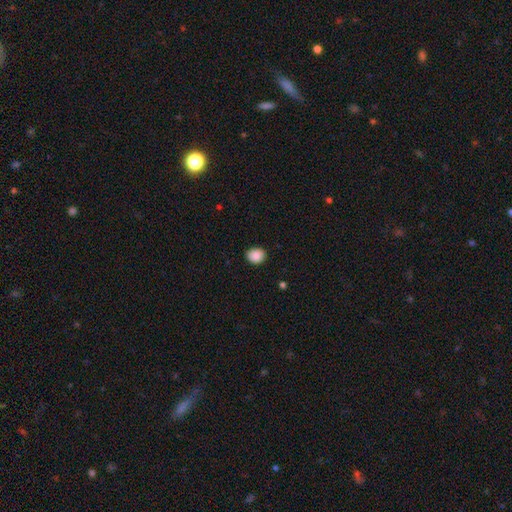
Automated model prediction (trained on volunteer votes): The model was most divided on "how rounded": round: 65%, in between: 34%, cigar-shaped: 1%. More confident: smooth or featured — smooth (88%); merging — none (88%).